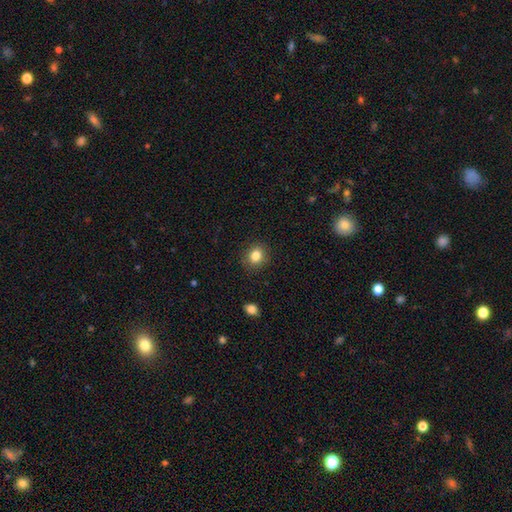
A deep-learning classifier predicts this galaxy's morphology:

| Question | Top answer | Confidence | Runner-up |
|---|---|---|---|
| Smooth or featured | smooth | 84% | star or artifact (10%) |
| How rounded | round | 63% | in between (36%) |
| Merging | none | 88% | minor disturbance (9%) |